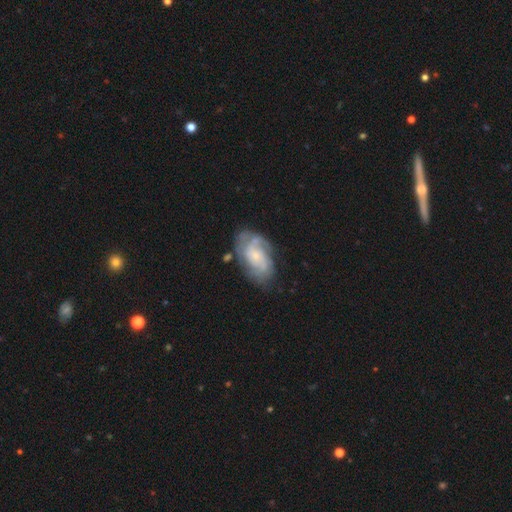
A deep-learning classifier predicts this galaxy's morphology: Overall: featured or disk (75%). Edge-on disk: no (97%). Bar: no (68%). Spiral arms: yes (90%). Spiral arm count: 2 (38%; can't tell 32%). Spiral winding: tight (47%; medium 39%). Bulge size: small (64%). Merging: none (65%).